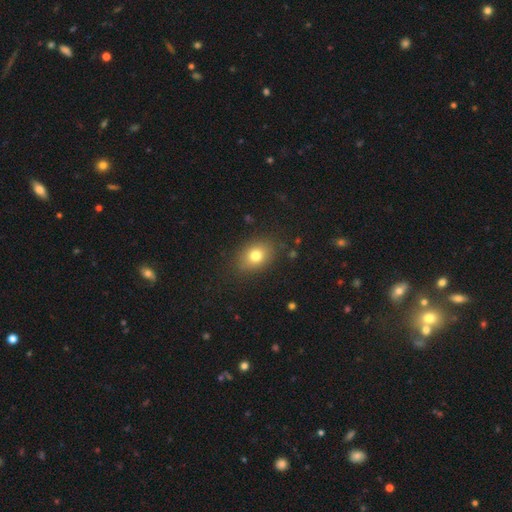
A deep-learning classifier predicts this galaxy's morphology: smooth_or_featured: smooth (p=0.78) [alt: featured or disk p=0.11]
how_rounded: in between (p=0.66) [alt: round p=0.33]
merging: none (p=0.85) [alt: minor disturbance p=0.11]